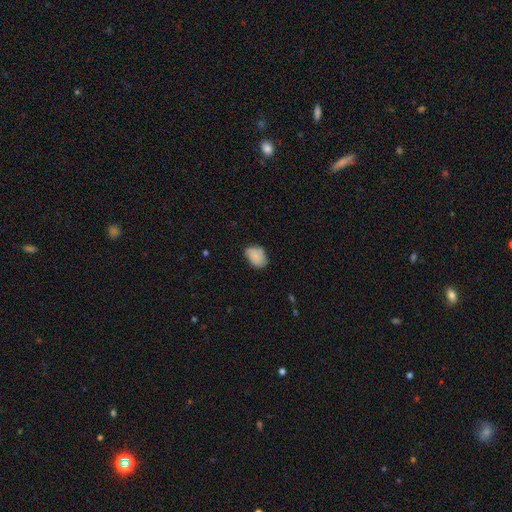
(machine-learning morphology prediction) smooth_or_featured: smooth (p=0.80) [alt: featured or disk p=0.12]
how_rounded: in between (p=0.73) [alt: round p=0.26]
merging: none (p=0.64) [alt: minor disturbance p=0.30]